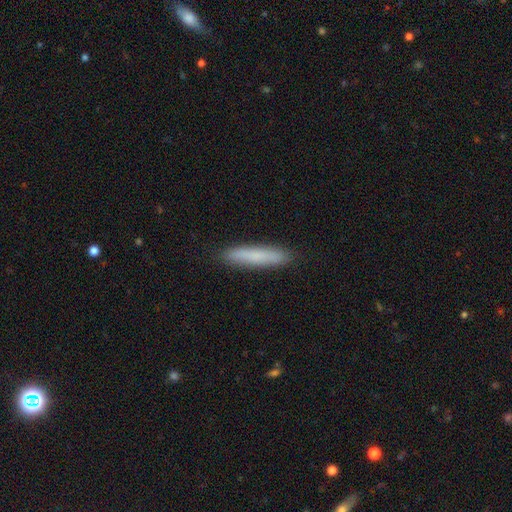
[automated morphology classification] A smooth galaxy with no disk features (77%) that is cigar-shaped (92%).

Vote fractions:
- Smooth or featured? smooth: 77% / featured or disk: 17% / star or artifact: 7%
- How rounded? cigar-shaped: 92% / in between: 6% / round: 1%
- Merging? none: 90% / minor disturbance: 8% / major disturbance: 2% / merger: 1%